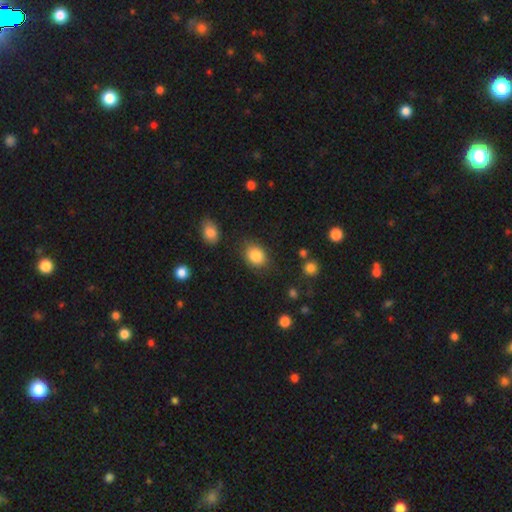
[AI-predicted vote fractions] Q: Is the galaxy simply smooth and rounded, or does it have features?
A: smooth — 86%.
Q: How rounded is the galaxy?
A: in between — 62%.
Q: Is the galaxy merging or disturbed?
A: none — 80%.